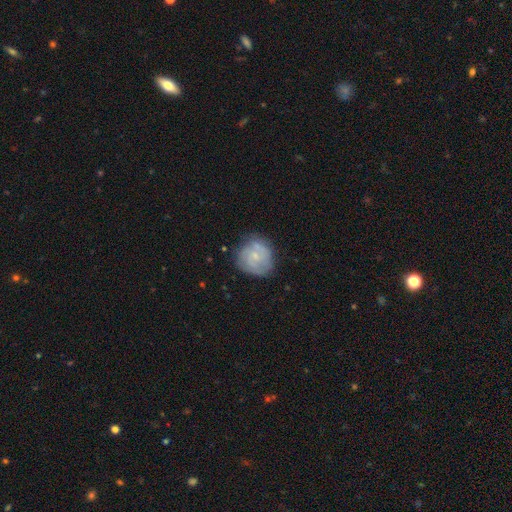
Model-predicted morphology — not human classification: Smooth or featured: featured or disk — 49% (smooth — 44%)
Merging: none — 63% (minor disturbance — 23%)